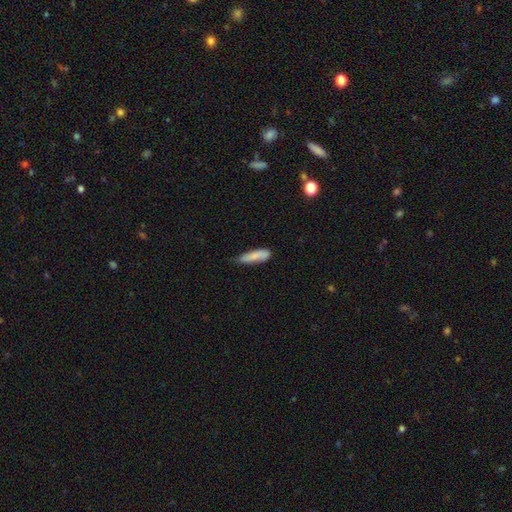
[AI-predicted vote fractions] smooth 82%, featured or disk 11%, star or artifact 6%. Down the decision tree: how rounded — cigar-shaped (70%); merging — none (60%).